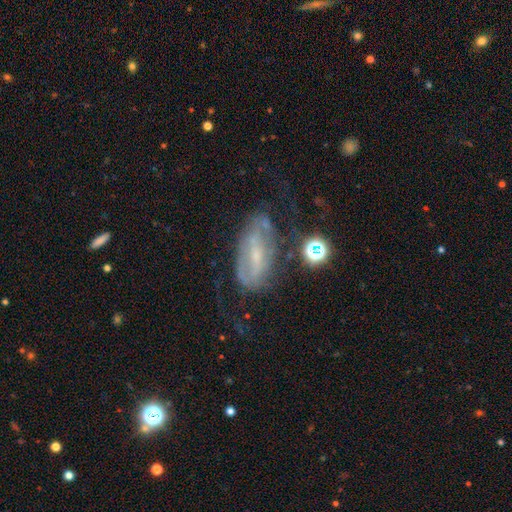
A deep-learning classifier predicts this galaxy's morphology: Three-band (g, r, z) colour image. It shows a featured or disk galaxy (66%) with a weak bar (41%), spiral arms (62%) and a small central bulge (62%). Merging: none (49%).